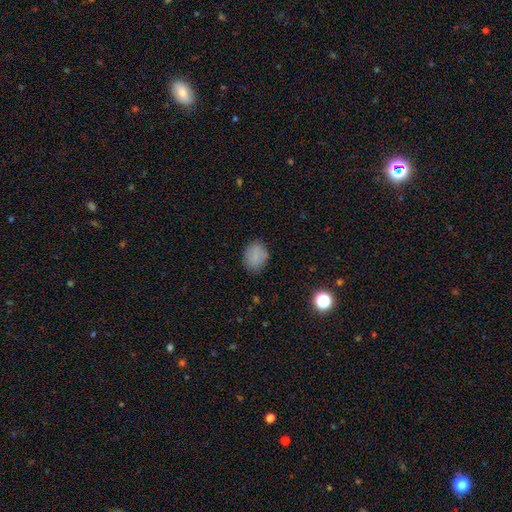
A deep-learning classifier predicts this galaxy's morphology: Smooth or featured? Predicted: smooth (p=0.83). How rounded? Predicted: in between (p=0.51). Merging? Predicted: none (p=0.81).